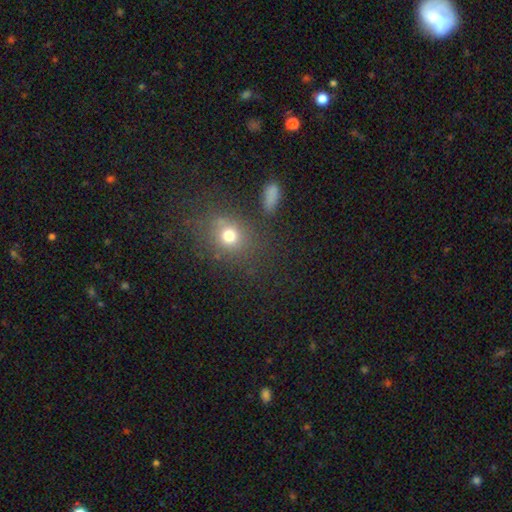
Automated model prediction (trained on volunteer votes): smooth_or_featured: smooth (p=0.58) [alt: star or artifact p=0.32]
how_rounded: round (p=0.54) [alt: in between p=0.44]
merging: none (p=0.77) [alt: minor disturbance p=0.10]